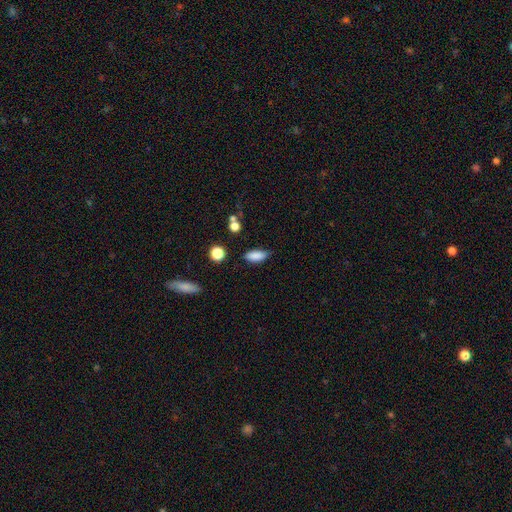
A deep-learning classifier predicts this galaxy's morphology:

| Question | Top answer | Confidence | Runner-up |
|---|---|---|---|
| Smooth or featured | smooth | 85% | star or artifact (9%) |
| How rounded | in between | 82% | cigar-shaped (15%) |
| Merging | none | 71% | minor disturbance (22%) |